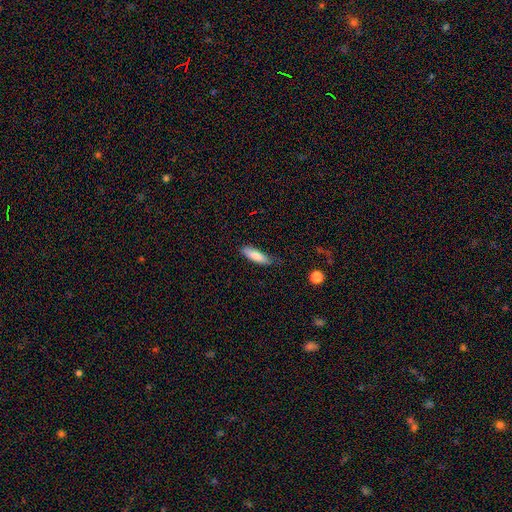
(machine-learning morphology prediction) Overall: smooth (83%). How rounded: cigar-shaped (51%; in between 47%). Merging: none (66%; minor disturbance 27%).